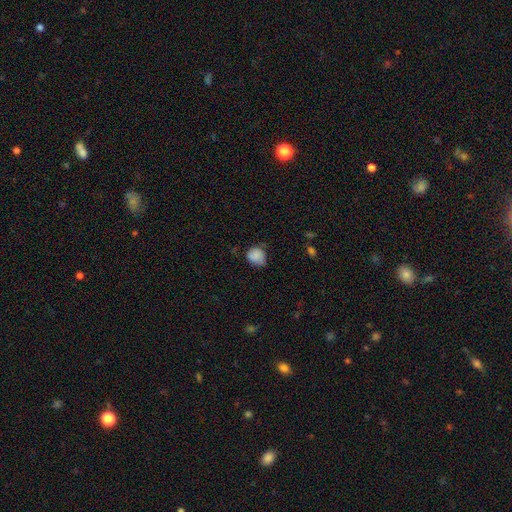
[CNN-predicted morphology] This appears to be a smooth galaxy with no disk features (81%) that is round (64%). Merging: none (55%).